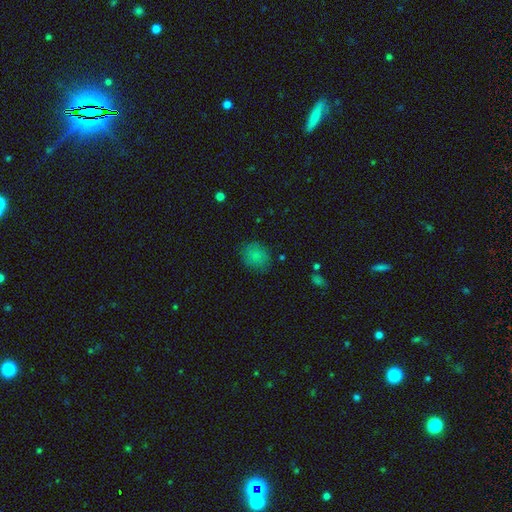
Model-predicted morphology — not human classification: The model was most divided on "how rounded": round: 67%, in between: 32%, cigar-shaped: 1%. More confident: smooth or featured — smooth (82%); merging — none (79%).